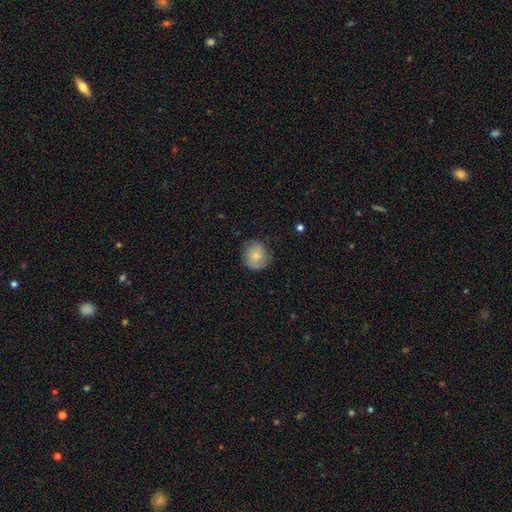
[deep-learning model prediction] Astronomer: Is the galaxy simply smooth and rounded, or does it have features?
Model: smooth — 72%.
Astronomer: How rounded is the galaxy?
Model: round — 86%.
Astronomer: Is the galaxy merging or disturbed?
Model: none — 72%.